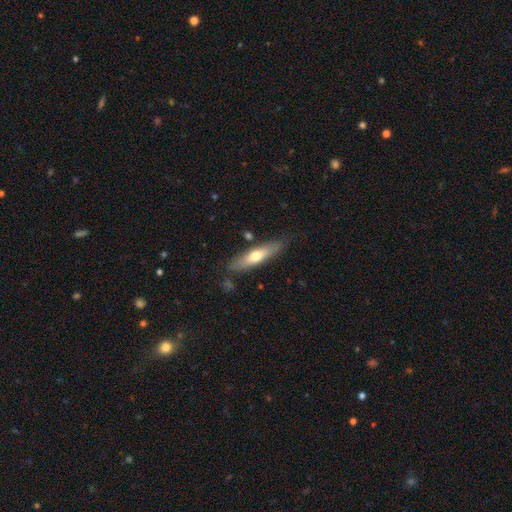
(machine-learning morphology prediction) Smooth or featured: smooth — 56% (featured or disk — 39%)
How rounded: cigar-shaped — 75% (in between — 23%)
Merging: none — 81% (minor disturbance — 13%)